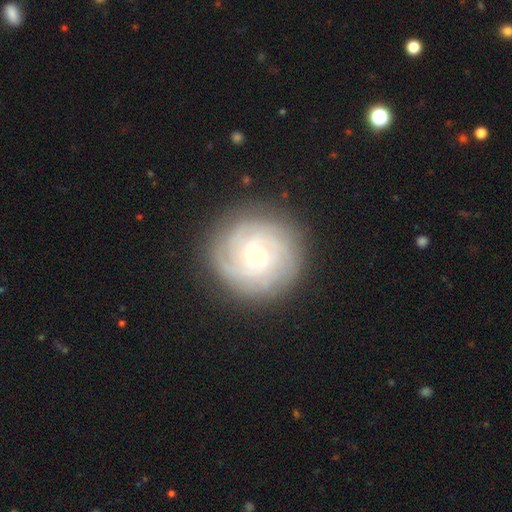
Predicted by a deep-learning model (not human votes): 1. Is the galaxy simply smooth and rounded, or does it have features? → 76% featured or disk, 16% smooth, 8% star or artifact.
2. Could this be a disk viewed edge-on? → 98% no, 2% yes.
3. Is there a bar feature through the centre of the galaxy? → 78% no, 18% weak, 4% strong.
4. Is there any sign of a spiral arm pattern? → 94% yes, 6% no.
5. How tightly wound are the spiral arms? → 77% tight, 19% medium, 4% loose.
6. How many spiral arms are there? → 33% can't tell, 20% 4, 19% 3, 11% 2, 10% more than 4, 7% 1.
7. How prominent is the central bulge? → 77% small, 20% moderate, 2% large, 1% none, 1% dominant.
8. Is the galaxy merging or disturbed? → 85% none, 10% minor disturbance, 4% major disturbance, 1% merger.